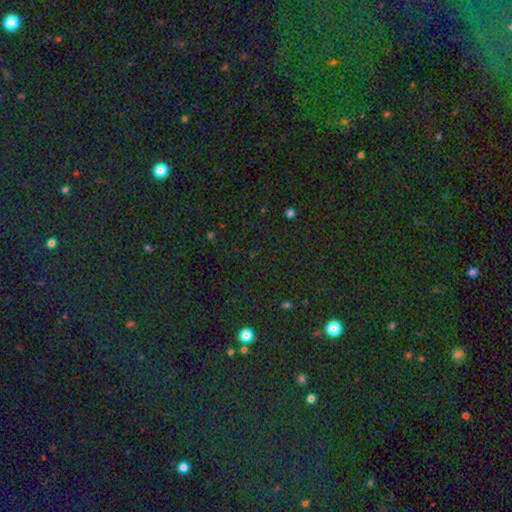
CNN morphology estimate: The model was most divided on "smooth or featured": star or artifact: 79%, smooth: 14%, featured or disk: 7%.